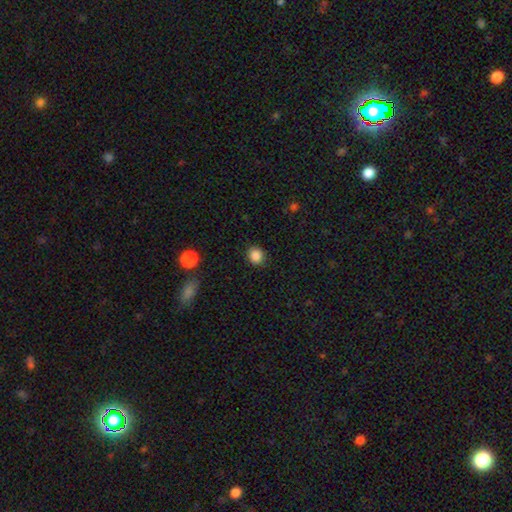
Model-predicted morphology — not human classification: A smooth galaxy with no disk features (86%) that is round (78%). Merging: none (88%).